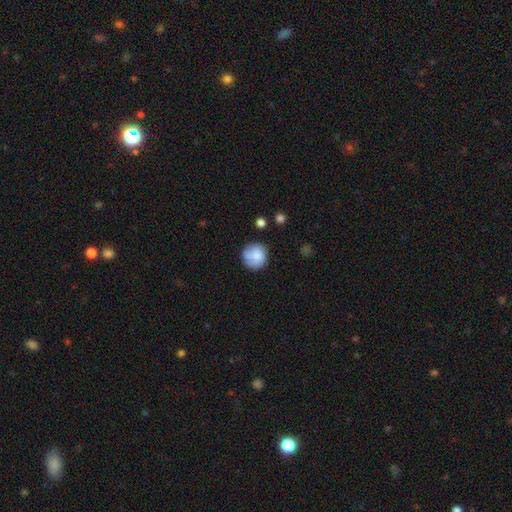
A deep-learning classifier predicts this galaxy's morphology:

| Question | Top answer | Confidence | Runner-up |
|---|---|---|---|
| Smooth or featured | smooth | 82% | featured or disk (10%) |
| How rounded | round | 91% | in between (8%) |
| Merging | none | 72% | minor disturbance (18%) |